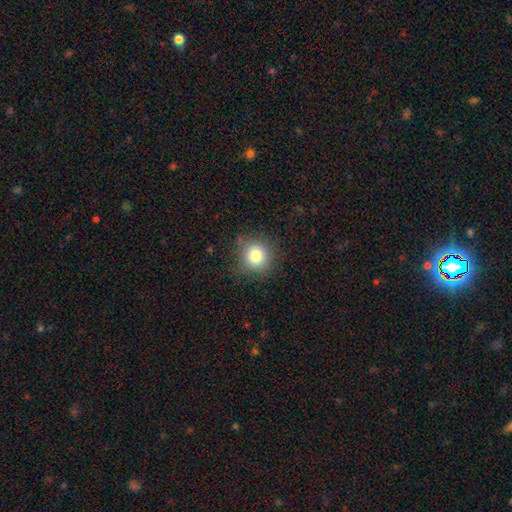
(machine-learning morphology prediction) Smooth or featured? Predicted: smooth (p=0.80). How rounded? Predicted: round (p=0.91). Merging? Predicted: none (p=0.78).